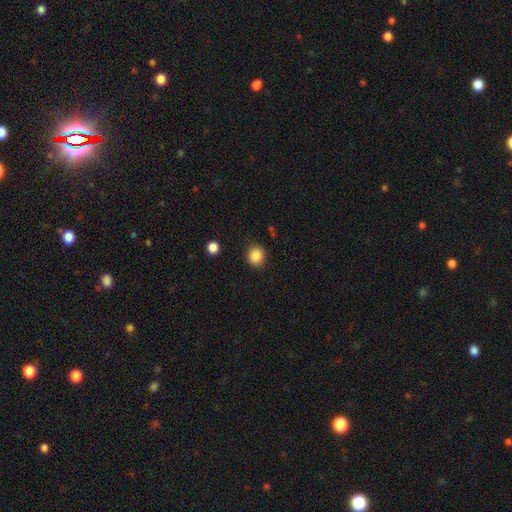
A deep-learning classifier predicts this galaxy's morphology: smooth_or_featured: smooth (p=0.86) [alt: star or artifact p=0.10]
how_rounded: round (p=0.81) [alt: in between p=0.18]
merging: none (p=0.86) [alt: minor disturbance p=0.09]